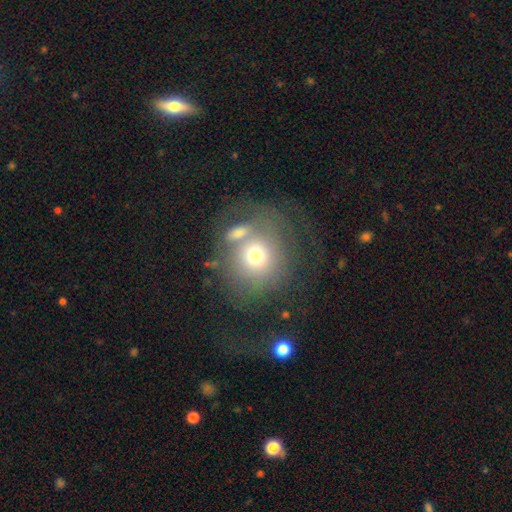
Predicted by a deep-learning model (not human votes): A smooth galaxy with no disk features (60%) that is round (84%).

Vote fractions:
- Smooth or featured? smooth: 60% / featured or disk: 28% / star or artifact: 12%
- How rounded? round: 84% / in between: 15% / cigar-shaped: 1%
- Merging? none: 41% / merger: 26% / major disturbance: 18% / minor disturbance: 15%